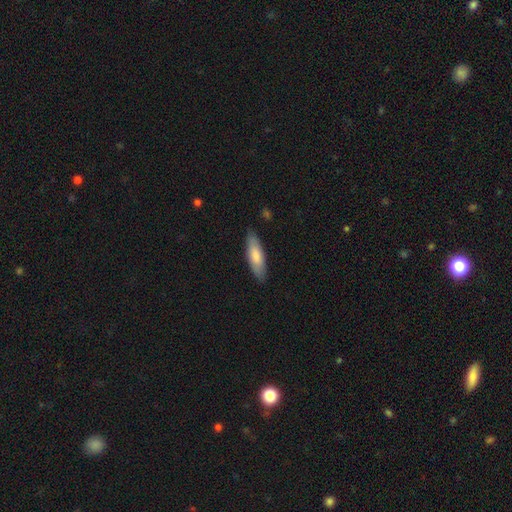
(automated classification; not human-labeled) The model was most divided on "how rounded": cigar-shaped: 51%, in between: 47%, round: 2%. More confident: merging — none (84%); smooth or featured — smooth (77%).